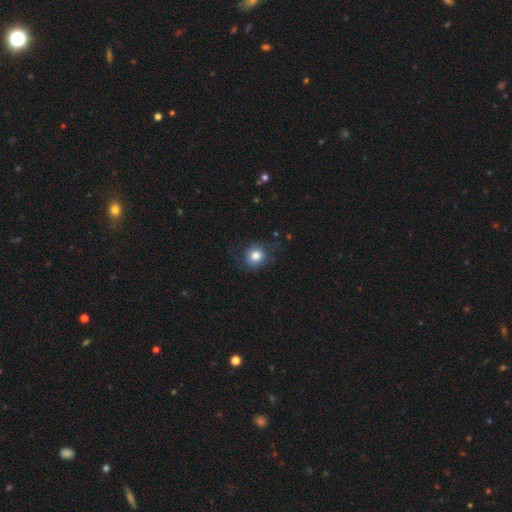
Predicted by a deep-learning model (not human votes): This is likely a smooth galaxy (78%). How rounded: clearly round (85%). Merging: likely none (71%).